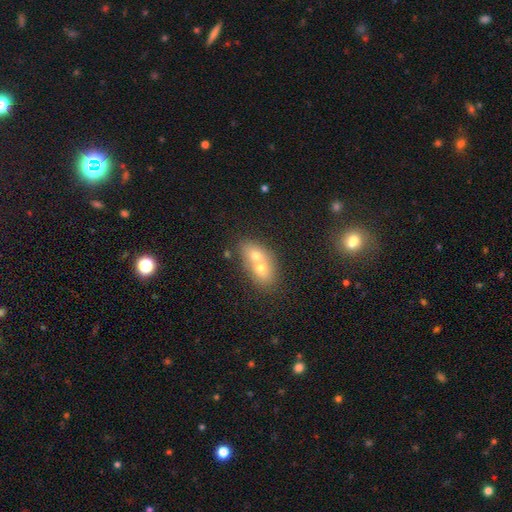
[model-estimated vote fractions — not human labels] smooth_or_featured: smooth (p=0.64) [alt: featured or disk p=0.27]
how_rounded: in between (p=0.72) [alt: round p=0.25]
merging: merger (p=0.74) [alt: none p=0.18]